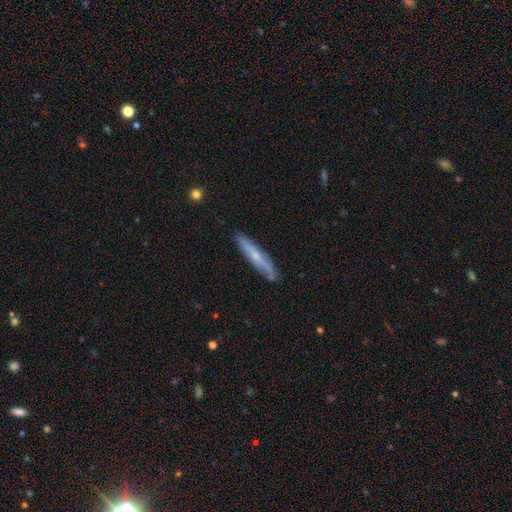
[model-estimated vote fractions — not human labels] Smooth or featured? Predicted: featured or disk (p=0.49). Merging? Predicted: none (p=0.85).